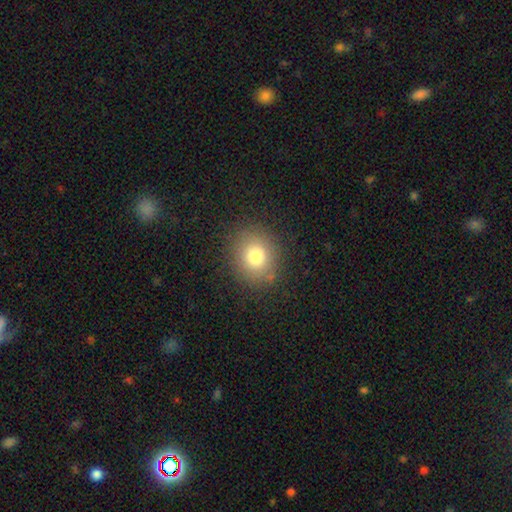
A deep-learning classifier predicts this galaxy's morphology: This is likely a smooth galaxy (77%). How rounded: clearly round (81%). Merging: clearly none (91%).